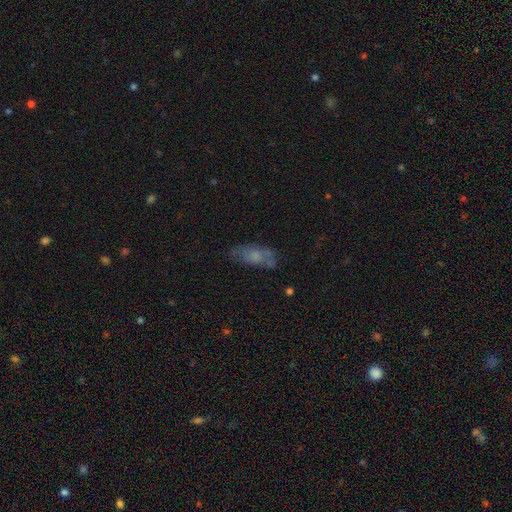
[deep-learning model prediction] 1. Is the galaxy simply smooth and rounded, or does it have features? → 49% smooth, 38% featured or disk, 12% star or artifact.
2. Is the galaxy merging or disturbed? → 55% none, 25% minor disturbance, 15% major disturbance, 5% merger.